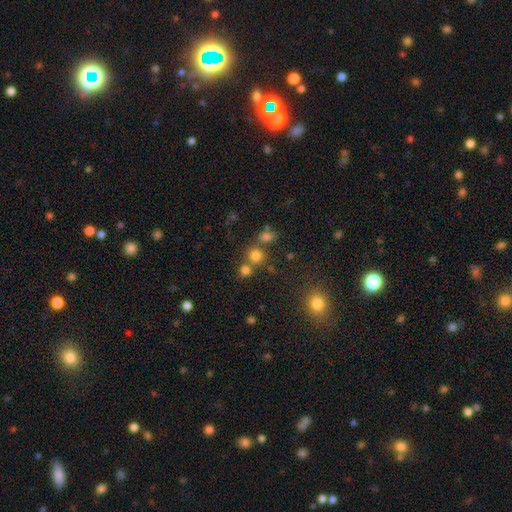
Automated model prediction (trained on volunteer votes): Q: Smooth or featured?
A: smooth (73%); runner-up: star or artifact (20%)
Q: How rounded?
A: round (86%); runner-up: in between (13%)
Q: Merging?
A: none (65%); runner-up: merger (24%)